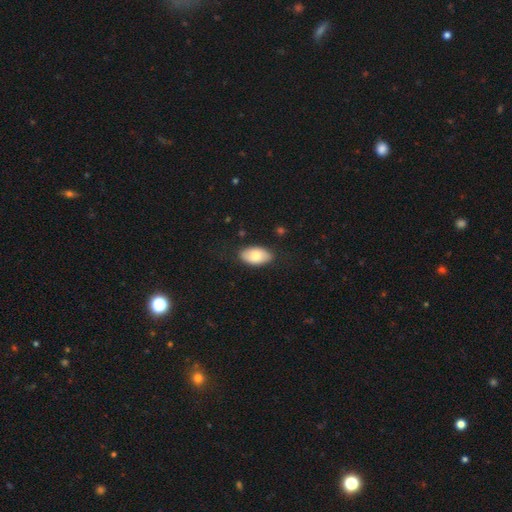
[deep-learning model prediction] Morphology: type=smooth (76%); roundness=in between (94%); merging=none (83%).